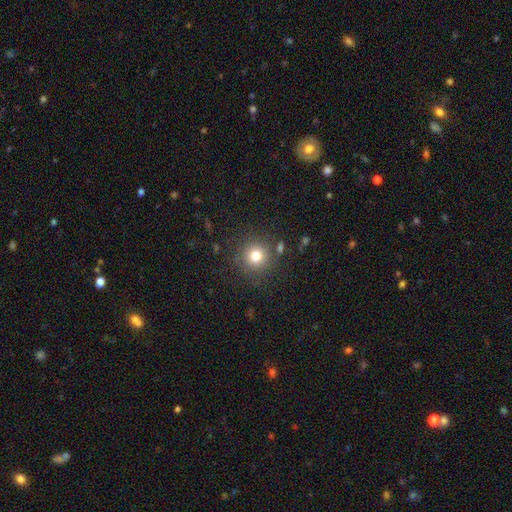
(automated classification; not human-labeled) smooth_or_featured: smooth (p=0.78) [alt: star or artifact p=0.14]
how_rounded: round (p=0.94) [alt: in between p=0.05]
merging: none (p=0.85) [alt: minor disturbance p=0.08]